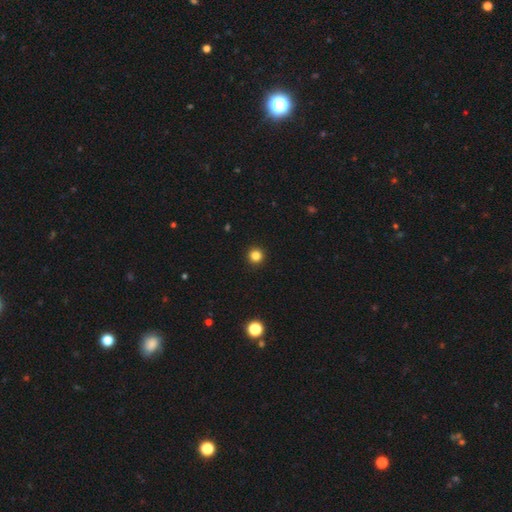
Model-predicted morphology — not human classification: Q: Smooth or featured?
A: smooth (83%); runner-up: star or artifact (13%)
Q: How rounded?
A: round (96%); runner-up: in between (3%)
Q: Merging?
A: none (93%); runner-up: minor disturbance (4%)